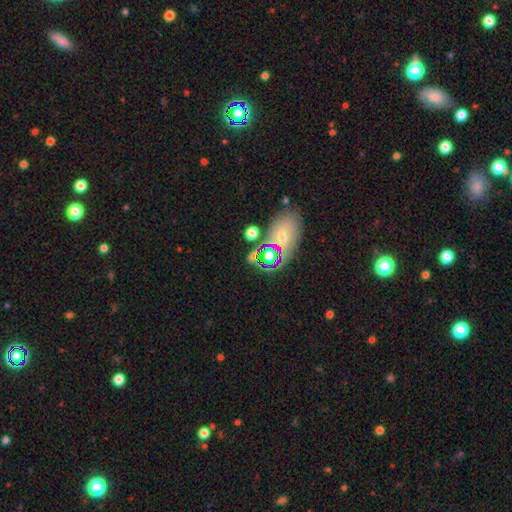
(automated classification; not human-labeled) Morphology: type=star or artifact (40%).